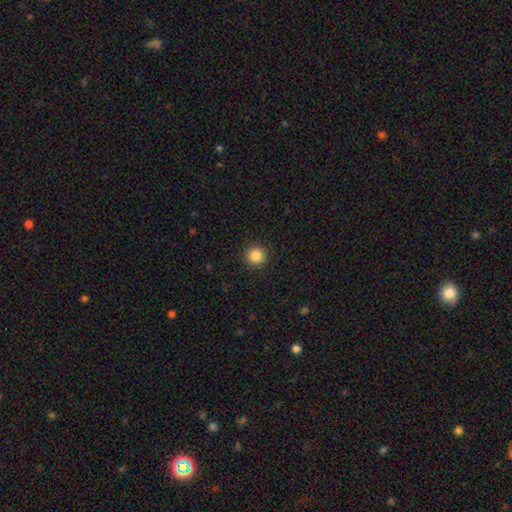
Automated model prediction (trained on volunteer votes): Overall: smooth (85%). How rounded: round (95%). Merging: none (92%).